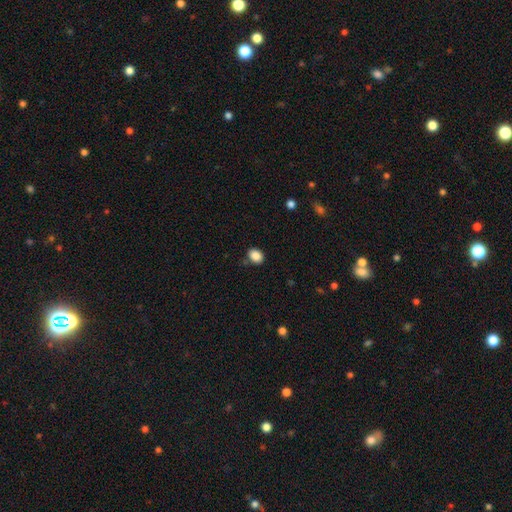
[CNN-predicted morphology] Q: Smooth or featured?
A: smooth (88%); runner-up: star or artifact (9%)
Q: How rounded?
A: in between (63%); runner-up: round (36%)
Q: Merging?
A: none (82%); runner-up: minor disturbance (12%)